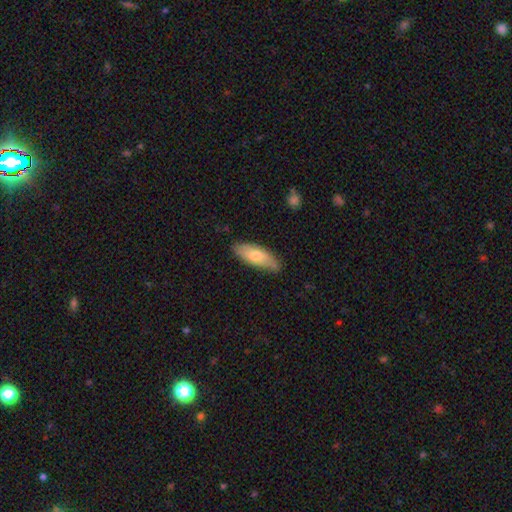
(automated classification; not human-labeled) smooth 68%, featured or disk 26%, star or artifact 5%. Down the decision tree: how rounded — in between (73%); merging — none (77%).